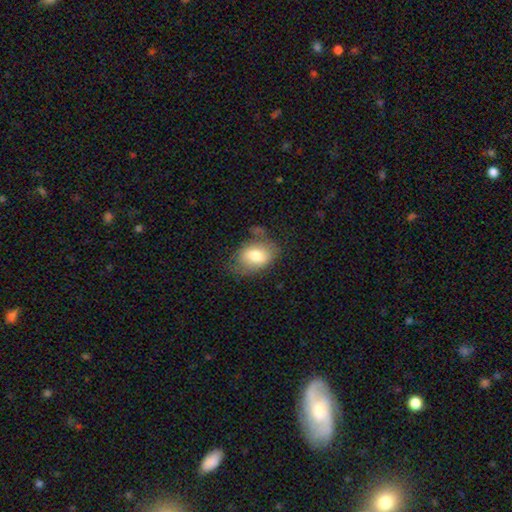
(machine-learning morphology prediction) A smooth galaxy with no disk features (74%) that is in between round and cigar-shaped (79%).

Vote fractions:
- Smooth or featured? smooth: 74% / featured or disk: 19% / star or artifact: 7%
- How rounded? in between: 79% / round: 20% / cigar-shaped: 1%
- Merging? none: 50% / minor disturbance: 30% / major disturbance: 15% / merger: 4%